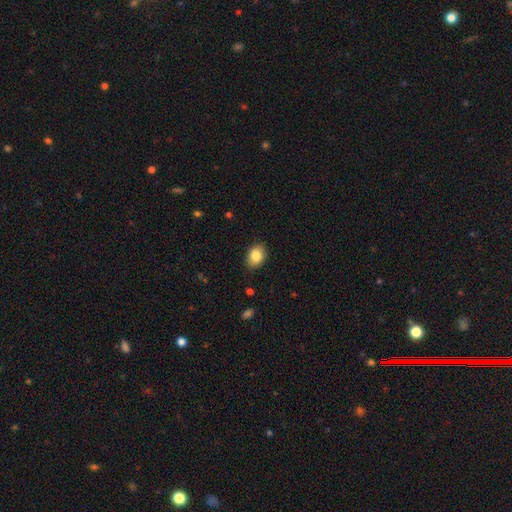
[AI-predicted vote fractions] smooth_or_featured: smooth (p=0.85) [alt: star or artifact p=0.08]
how_rounded: in between (p=0.75) [alt: round p=0.24]
merging: none (p=0.86) [alt: minor disturbance p=0.11]